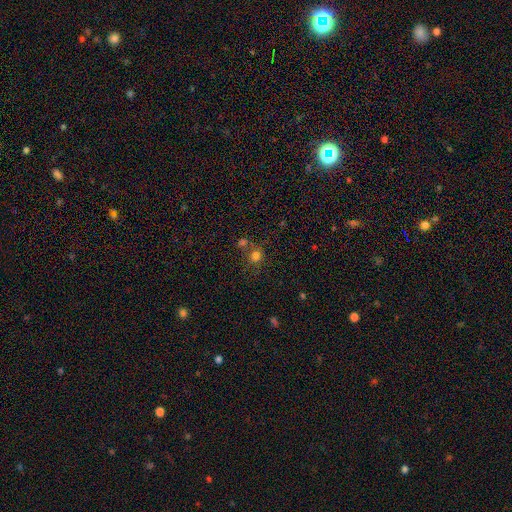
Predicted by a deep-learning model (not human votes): smooth-or-featured: smooth: 76% | star or artifact: 16% | featured or disk: 7%
  how-rounded: round: 86% | in between: 13% | cigar-shaped: 1%
  merging: none: 63% | merger: 19% | minor disturbance: 12% | major disturbance: 6%